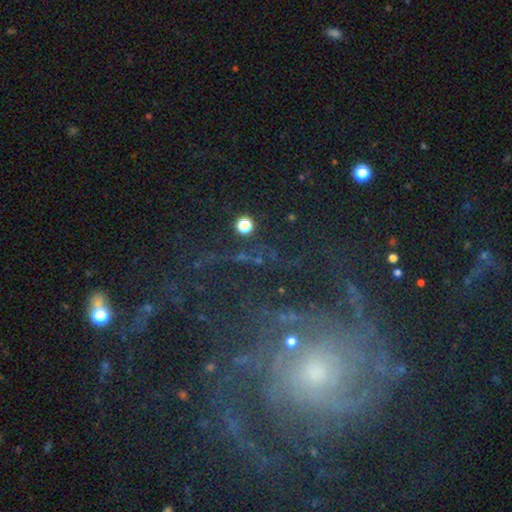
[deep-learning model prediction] Q: Smooth or featured?
A: featured or disk (46%); runner-up: star or artifact (37%)
Q: Merging?
A: none (69%); runner-up: major disturbance (13%)